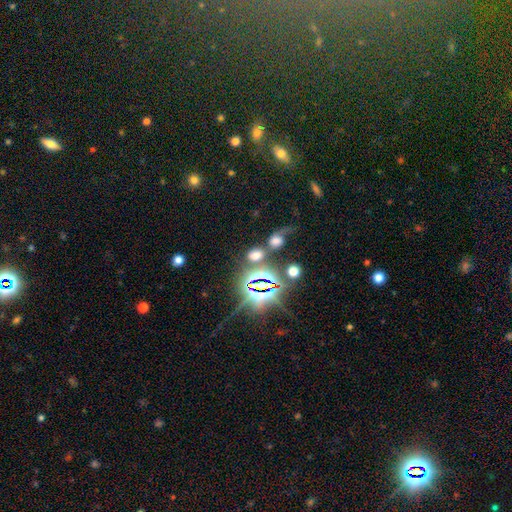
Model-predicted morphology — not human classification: Smooth or featured?
  - smooth: 49% *
  - star or artifact: 39%
  - featured or disk: 12%
Merging?
  - none: 51% *
  - merger: 26%
  - minor disturbance: 13%
  - major disturbance: 11%